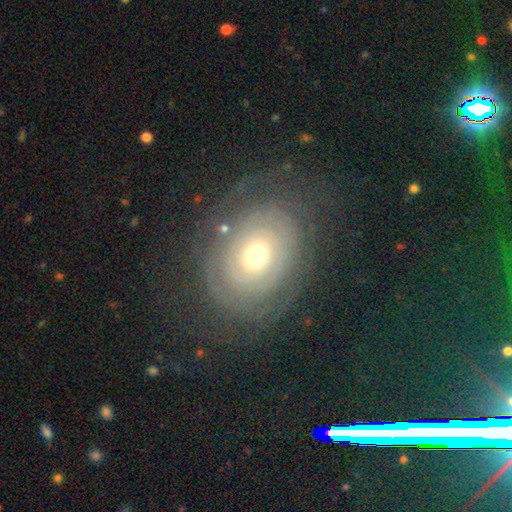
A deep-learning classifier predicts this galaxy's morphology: This is likely a featured or disk galaxy (68%). It is clearly not viewed edge-on (95%). Bar: clearly no (86%). Spiral arm pattern: likely yes (68%). Central bulge: possibly moderate (58%). Merging: likely none (75%).